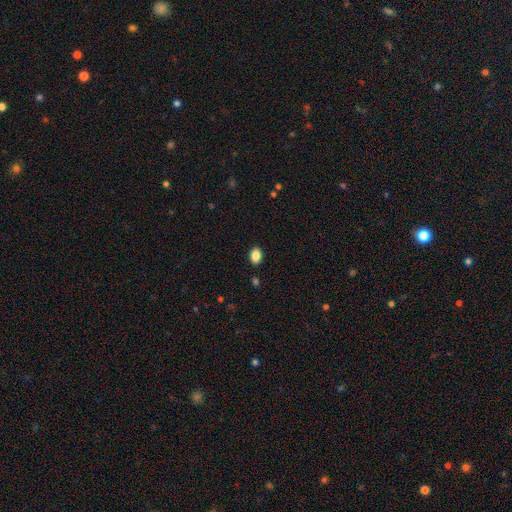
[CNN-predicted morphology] Smooth or featured? smooth (87%)
How rounded? in between (78%)
Merging? none (89%)